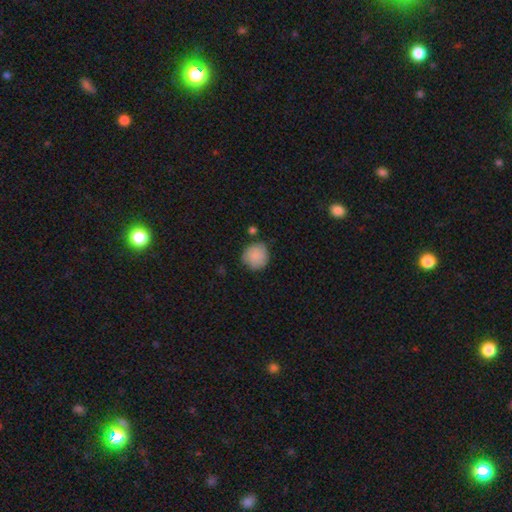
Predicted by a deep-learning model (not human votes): This appears to be a smooth galaxy with no disk features (81%) that is round (87%). Merging: none (70%).